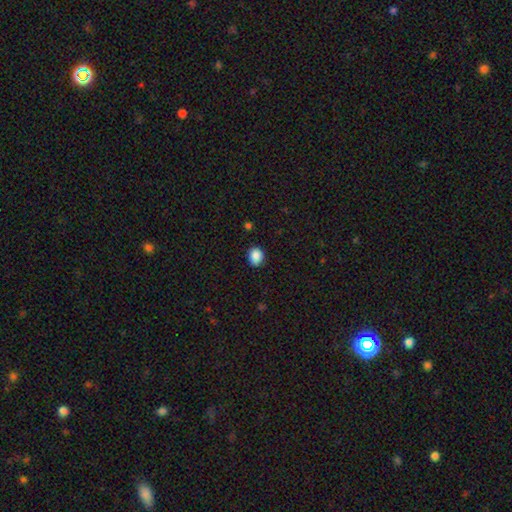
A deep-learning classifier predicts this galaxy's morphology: type=smooth (87%); roundness=round (65%); merging=none (82%).